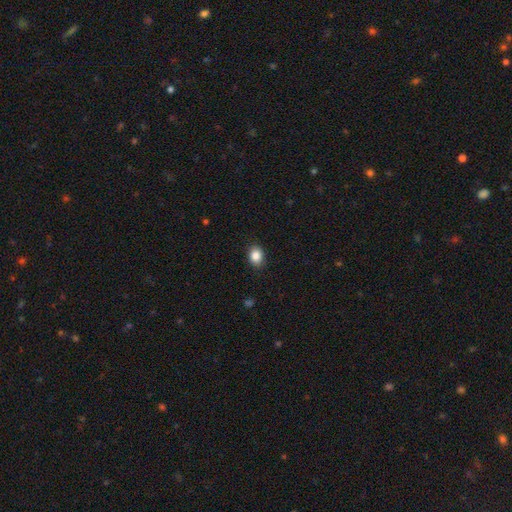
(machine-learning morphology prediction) type=smooth (86%); roundness=in between (62%); merging=none (88%).